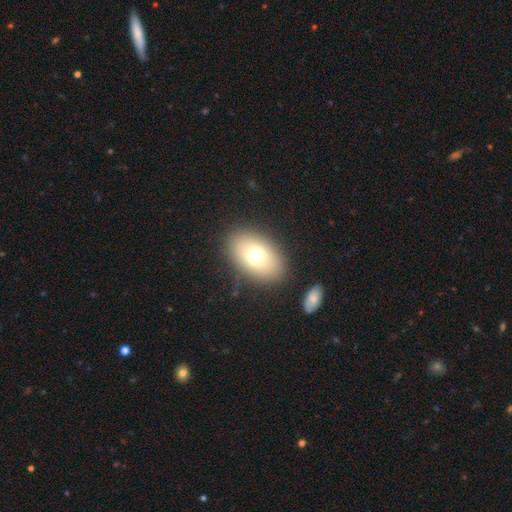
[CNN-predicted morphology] Smooth or featured?
  - smooth: 71% *
  - featured or disk: 18%
  - star or artifact: 11%
How rounded?
  - in between: 82% *
  - round: 17%
  - cigar-shaped: 1%
Merging?
  - none: 85% *
  - minor disturbance: 9%
  - major disturbance: 4%
  - merger: 2%